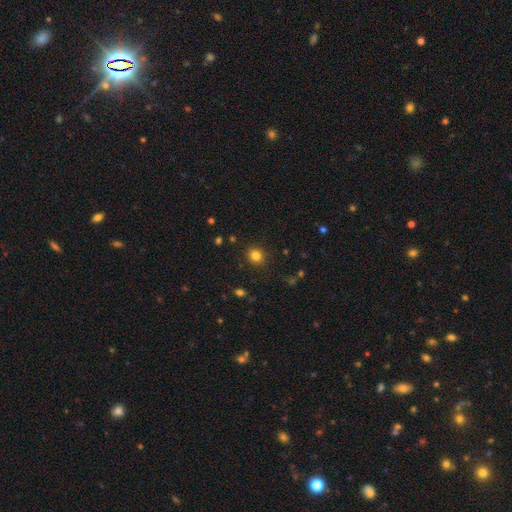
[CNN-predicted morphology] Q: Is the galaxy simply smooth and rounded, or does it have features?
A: smooth — 81%.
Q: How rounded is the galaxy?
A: round — 80%.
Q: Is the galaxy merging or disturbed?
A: none — 89%.